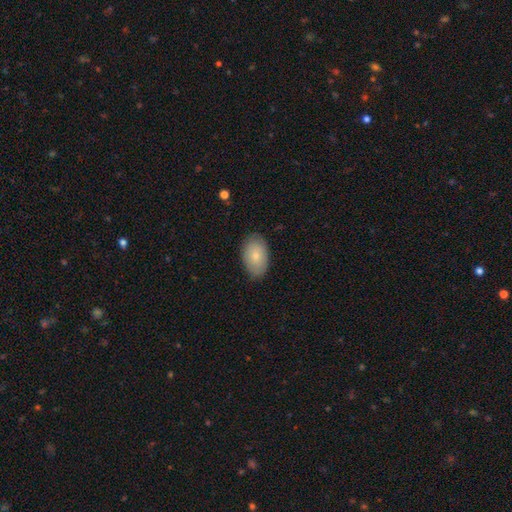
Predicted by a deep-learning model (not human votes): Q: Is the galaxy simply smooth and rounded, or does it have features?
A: smooth — 78%.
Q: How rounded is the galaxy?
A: in between — 92%.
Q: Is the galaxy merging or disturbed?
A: none — 83%.